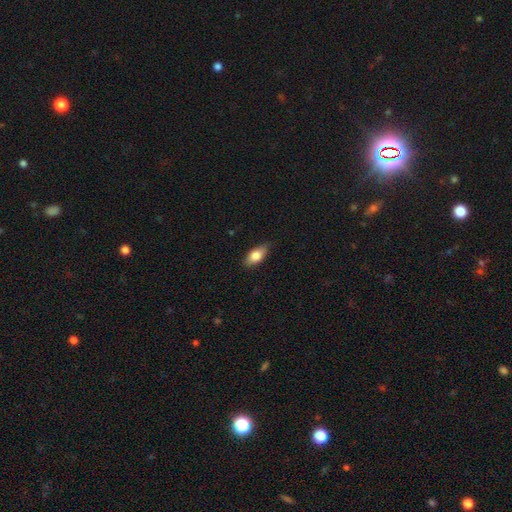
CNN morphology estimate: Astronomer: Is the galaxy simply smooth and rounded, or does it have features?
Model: smooth — 79%.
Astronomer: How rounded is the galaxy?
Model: in between — 87%.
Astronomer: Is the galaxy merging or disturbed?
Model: none — 82%.